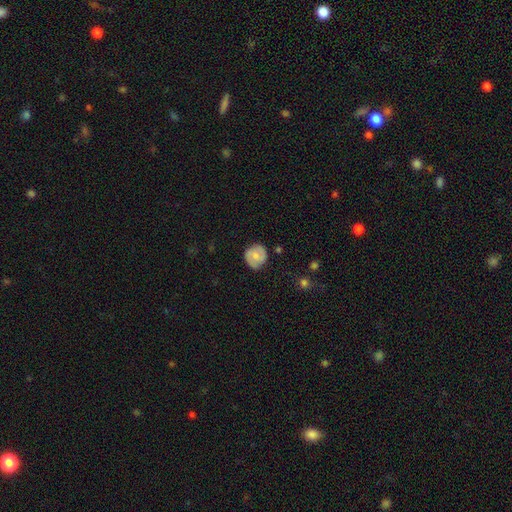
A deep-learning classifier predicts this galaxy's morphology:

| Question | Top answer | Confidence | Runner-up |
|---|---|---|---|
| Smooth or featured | smooth | 52% | featured or disk (41%) |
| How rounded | round | 85% | in between (14%) |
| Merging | none | 76% | minor disturbance (18%) |